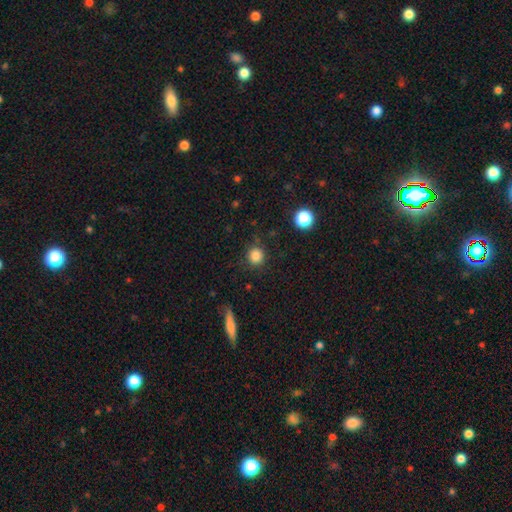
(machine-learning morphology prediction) Overall: smooth (85%). How rounded: round (92%). Merging: none (85%).